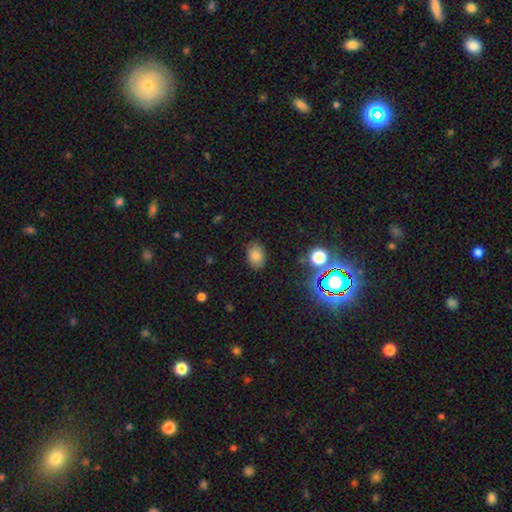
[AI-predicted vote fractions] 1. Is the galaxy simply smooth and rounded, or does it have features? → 80% smooth, 14% star or artifact, 6% featured or disk.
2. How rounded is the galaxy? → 77% in between, 22% round, 1% cigar-shaped.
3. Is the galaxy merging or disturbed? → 85% none, 11% minor disturbance, 3% major disturbance, 1% merger.